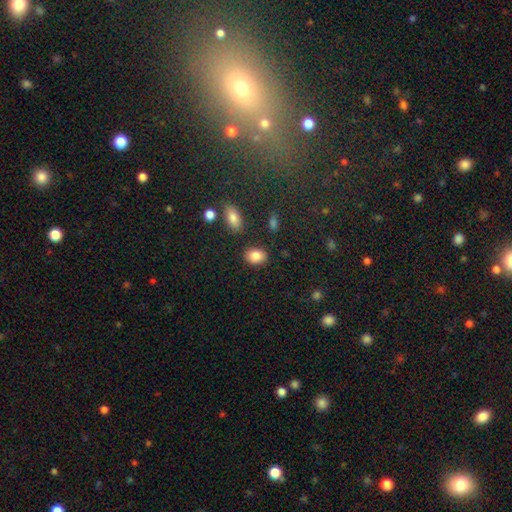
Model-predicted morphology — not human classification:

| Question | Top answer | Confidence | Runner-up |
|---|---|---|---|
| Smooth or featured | smooth | 87% | star or artifact (8%) |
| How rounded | in between | 72% | round (26%) |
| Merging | none | 84% | minor disturbance (10%) |